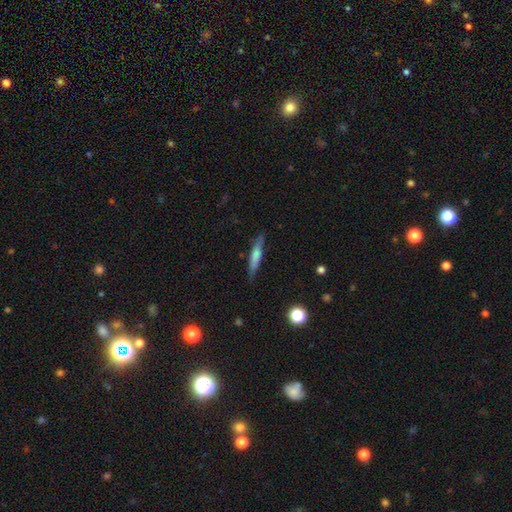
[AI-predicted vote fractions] Smooth or featured? Predicted: smooth (p=0.60). How rounded? Predicted: cigar-shaped (p=0.89). Merging? Predicted: none (p=0.84).